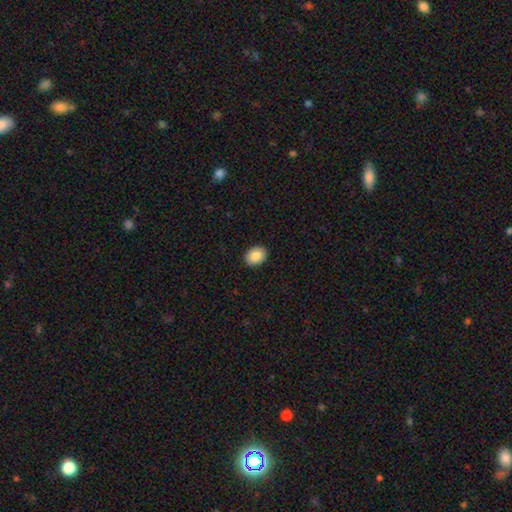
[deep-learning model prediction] Morphology: type=smooth (85%); roundness=in between (61%); merging=none (91%).